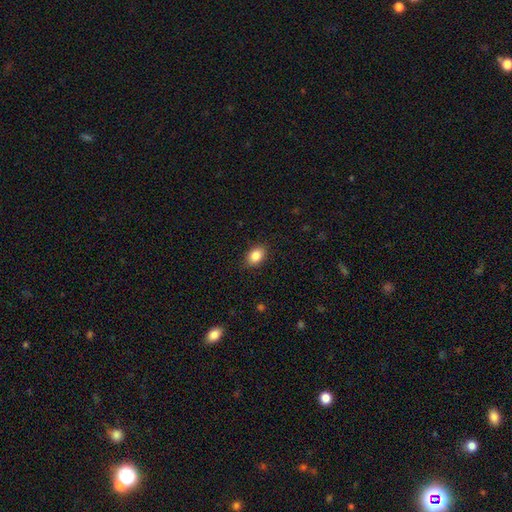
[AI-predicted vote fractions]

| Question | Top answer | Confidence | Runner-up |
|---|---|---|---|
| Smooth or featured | smooth | 86% | star or artifact (8%) |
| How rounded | in between | 80% | round (19%) |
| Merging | none | 88% | minor disturbance (9%) |